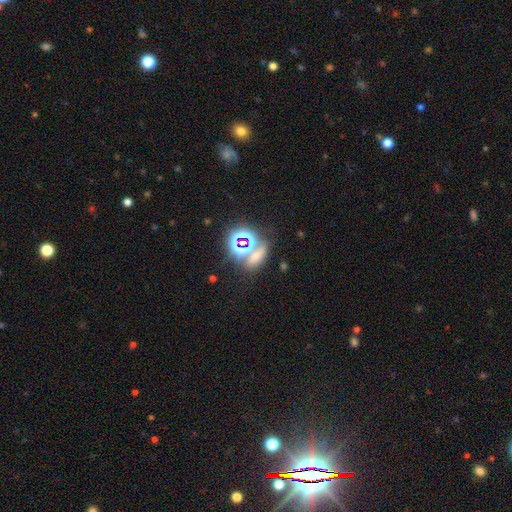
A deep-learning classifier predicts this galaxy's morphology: A star or artifact, not a galaxy (48%).

Vote fractions:
- Smooth or featured? star or artifact: 48% / smooth: 40% / featured or disk: 12%